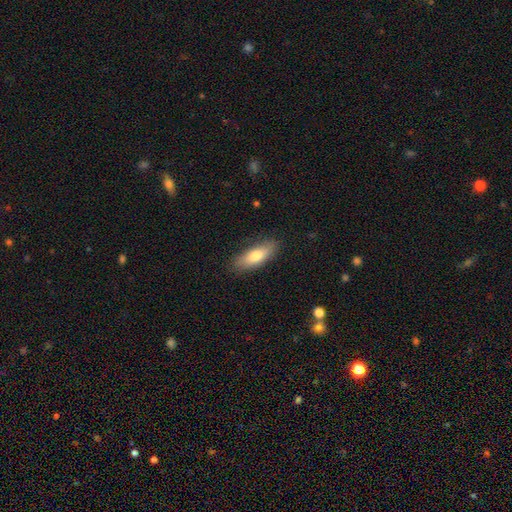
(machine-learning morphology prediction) A smooth galaxy with no disk features (74%) that is in between round and cigar-shaped (65%).

Vote fractions:
- Smooth or featured? smooth: 74% / featured or disk: 19% / star or artifact: 6%
- How rounded? in between: 65% / cigar-shaped: 33% / round: 2%
- Merging? none: 84% / minor disturbance: 12% / major disturbance: 3% / merger: 1%